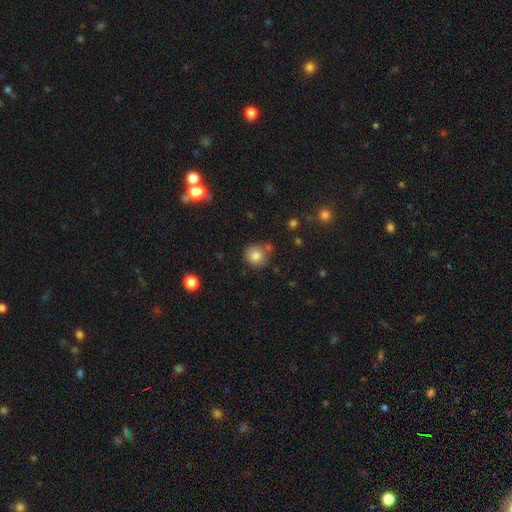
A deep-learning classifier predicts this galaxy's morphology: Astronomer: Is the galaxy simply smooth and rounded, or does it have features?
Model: smooth — 82%.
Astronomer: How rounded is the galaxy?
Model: round — 86%.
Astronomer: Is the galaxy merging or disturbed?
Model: none — 71%.